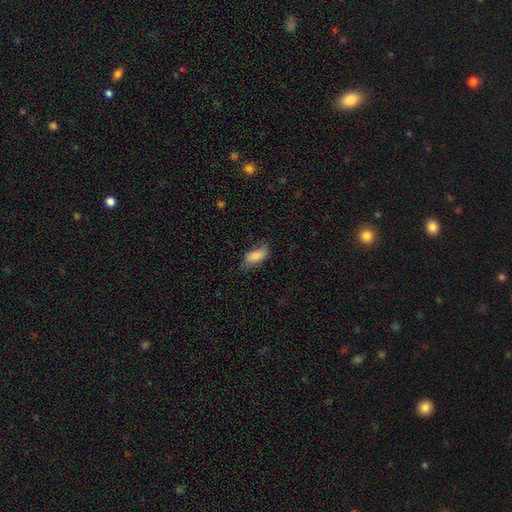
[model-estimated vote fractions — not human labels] This appears to be a smooth galaxy with no disk features (80%) that is in between round and cigar-shaped (85%). Merging: none (66%).